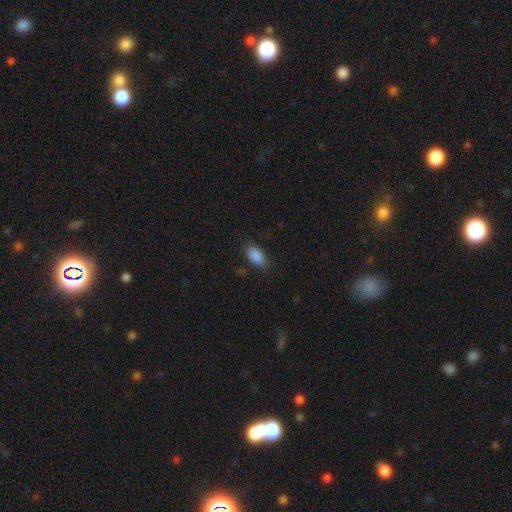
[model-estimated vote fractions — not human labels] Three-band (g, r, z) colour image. It shows a smooth galaxy with no disk features (88%) that is in between round and cigar-shaped (92%). Merging: none (82%).